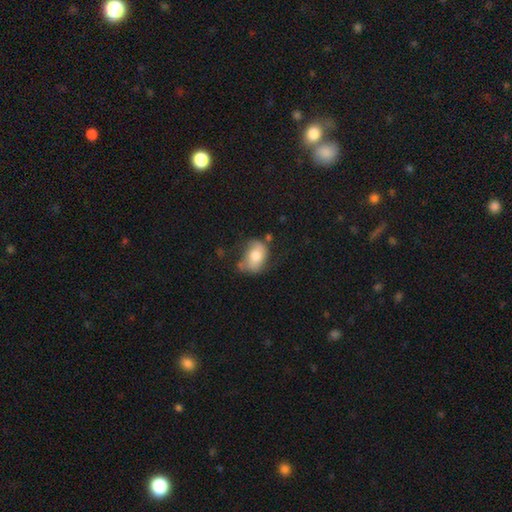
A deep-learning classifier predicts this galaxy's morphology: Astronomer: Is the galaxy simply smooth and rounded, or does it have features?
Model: smooth — 65%.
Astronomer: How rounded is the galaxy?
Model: in between — 78%.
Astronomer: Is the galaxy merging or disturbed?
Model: none — 46% (runner-up: minor disturbance, 33%).